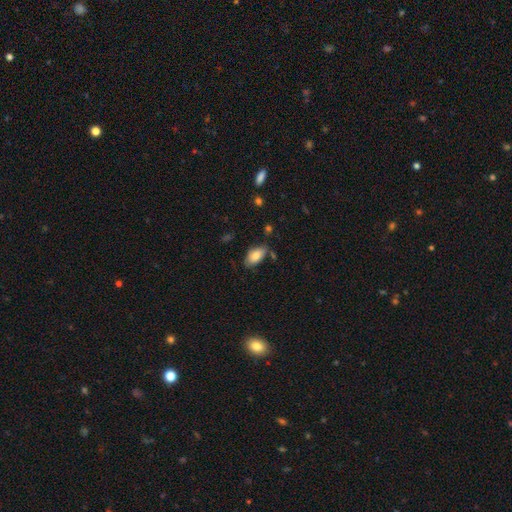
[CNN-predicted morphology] smooth 81%, featured or disk 12%, star or artifact 7%. Down the decision tree: how rounded — in between (93%); merging — none (70%).